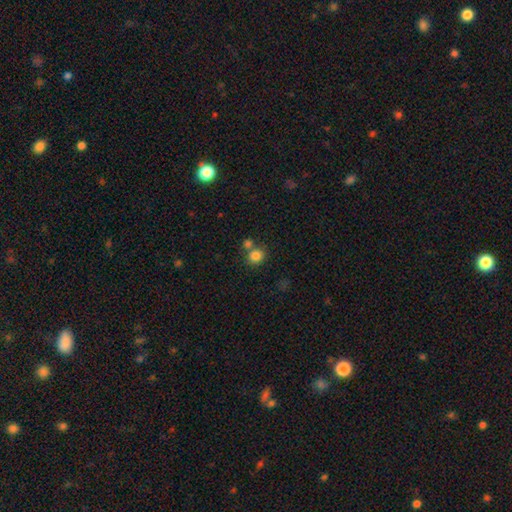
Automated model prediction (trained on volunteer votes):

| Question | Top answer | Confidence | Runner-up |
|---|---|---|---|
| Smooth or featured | smooth | 82% | star or artifact (12%) |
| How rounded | round | 79% | in between (20%) |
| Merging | none | 59% | merger (28%) |